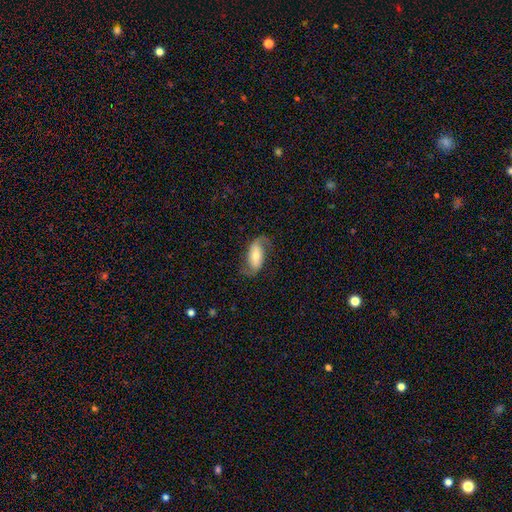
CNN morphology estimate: A featured or disk galaxy (66%) with a weak bar (35%), 2 (87%) loose (56%) spiral arms (90%) and a moderate central bulge (52%).

Vote fractions:
- Smooth or featured? featured or disk: 66% / smooth: 28% / star or artifact: 7%
- Edge-on disk? no: 94% / yes: 6%
- Bar? weak: 35% / no: 34% / strong: 32%
- Spiral arms? yes: 90% / no: 10%
- Spiral winding? loose: 56% / medium: 32% / tight: 12%
- Spiral arm count? 2: 87% / 1: 6% / can't tell: 5% / 3: 1% / 4: 1% / more than 4: 1%
- Bulge size? moderate: 52% / small: 34% / large: 10% / none: 3% / dominant: 2%
- Merging? none: 70% / minor disturbance: 18% / major disturbance: 11% / merger: 1%